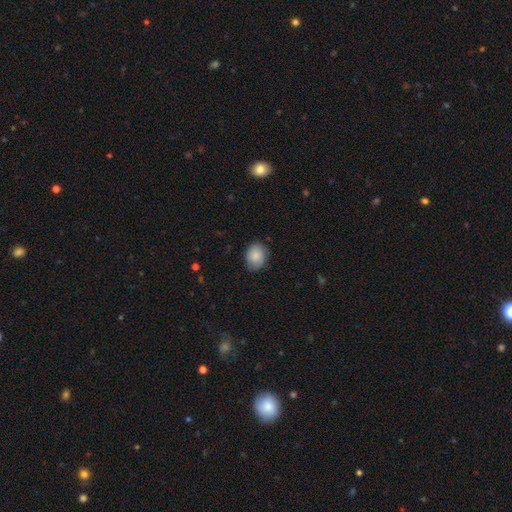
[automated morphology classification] A smooth galaxy with no disk features (84%) that is round (52%). Merging: none (75%).